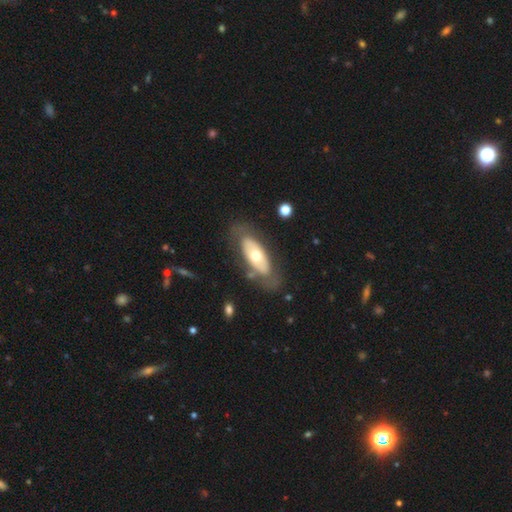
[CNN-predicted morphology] smooth_or_featured: featured or disk (p=0.50) [alt: smooth p=0.45]
merging: none (p=0.72) [alt: minor disturbance p=0.16]